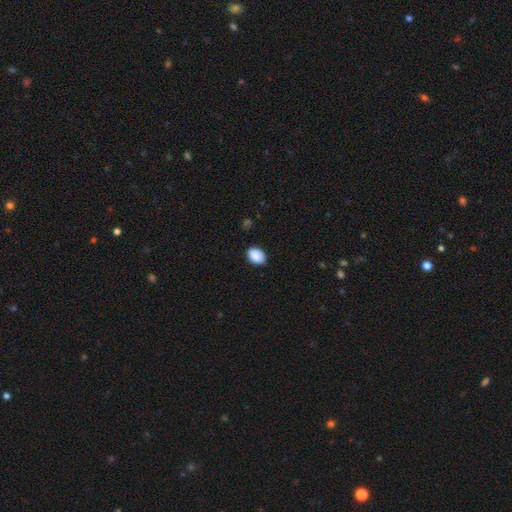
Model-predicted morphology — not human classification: type=smooth (89%); roundness=in between (78%); merging=none (86%).